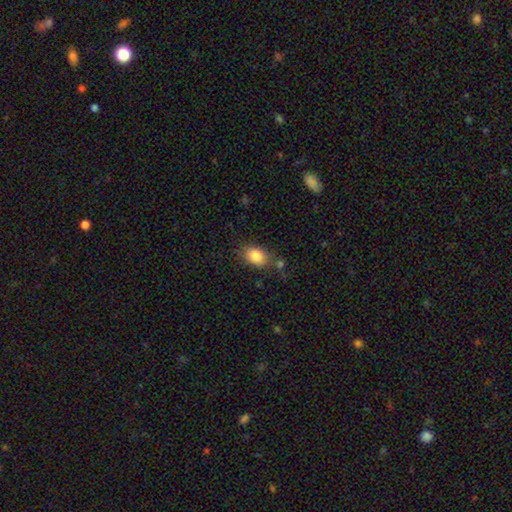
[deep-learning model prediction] Q: Smooth or featured?
A: smooth (84%); runner-up: star or artifact (9%)
Q: How rounded?
A: in between (77%); runner-up: round (21%)
Q: Merging?
A: none (72%); runner-up: minor disturbance (16%)